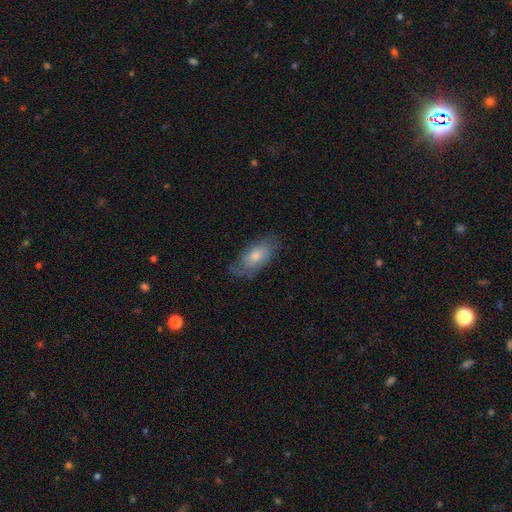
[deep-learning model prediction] A smooth galaxy with no disk features (50%). Merging: none (71%).